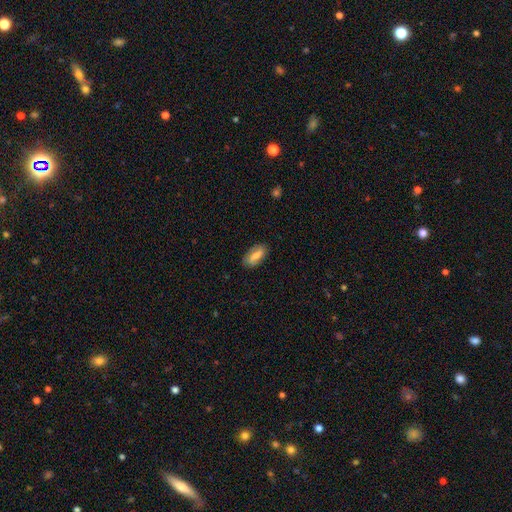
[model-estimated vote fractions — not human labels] Overall: smooth (66%; featured or disk 27%). How rounded: in between (83%). Merging: none (82%).